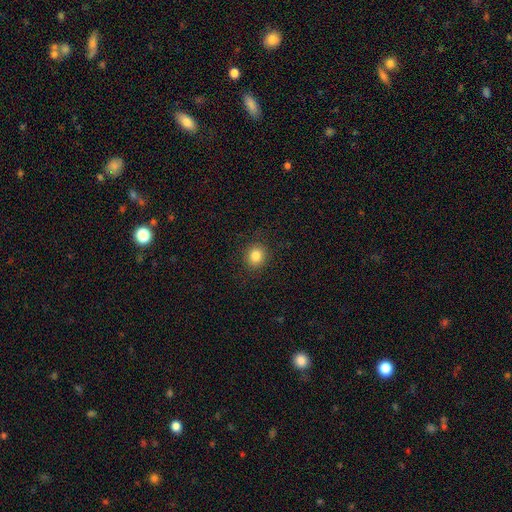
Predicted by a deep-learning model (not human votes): Overall: smooth (83%). How rounded: round (86%). Merging: none (90%).